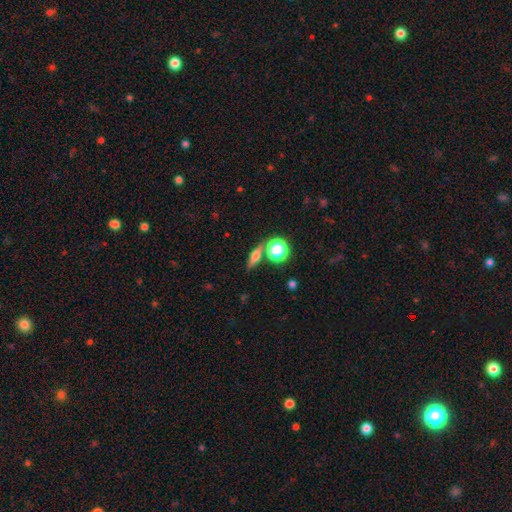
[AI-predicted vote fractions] This appears to be a featured or disk galaxy (43%). Merging: none (76%).